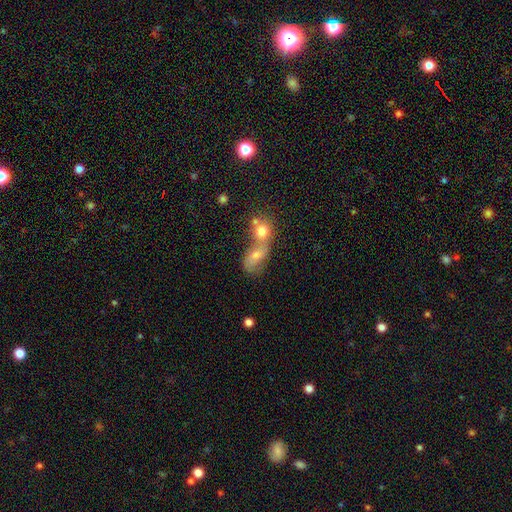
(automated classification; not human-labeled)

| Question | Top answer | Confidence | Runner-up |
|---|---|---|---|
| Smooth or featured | smooth | 61% | featured or disk (26%) |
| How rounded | in between | 64% | round (31%) |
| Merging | merger | 68% | none (19%) |